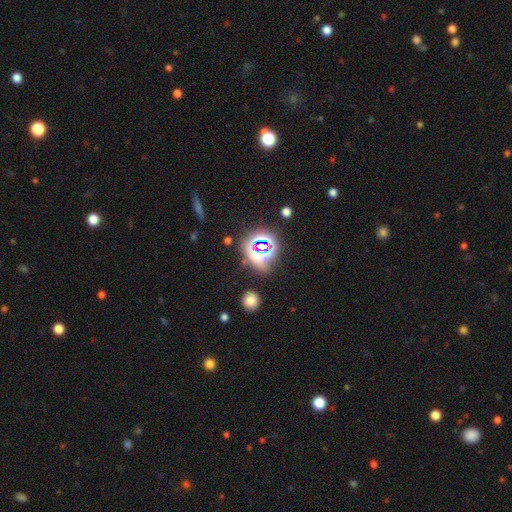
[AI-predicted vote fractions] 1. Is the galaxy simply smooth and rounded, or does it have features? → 70% star or artifact, 21% smooth, 10% featured or disk.